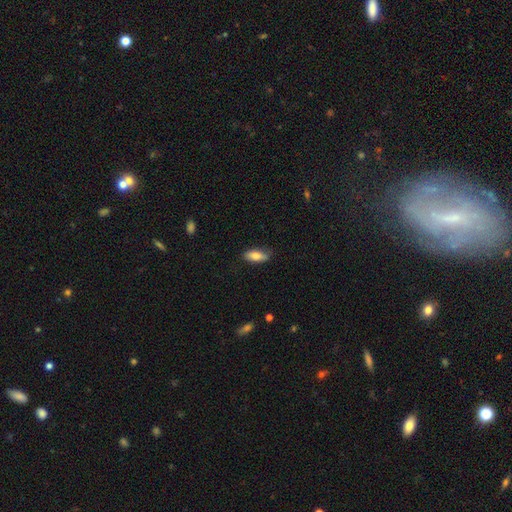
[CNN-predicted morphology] A smooth galaxy with no disk features (79%) that is in between round and cigar-shaped (75%).

Vote fractions:
- Smooth or featured? smooth: 79% / featured or disk: 15% / star or artifact: 6%
- How rounded? in between: 75% / cigar-shaped: 23% / round: 2%
- Merging? none: 78% / minor disturbance: 18% / major disturbance: 3% / merger: 1%